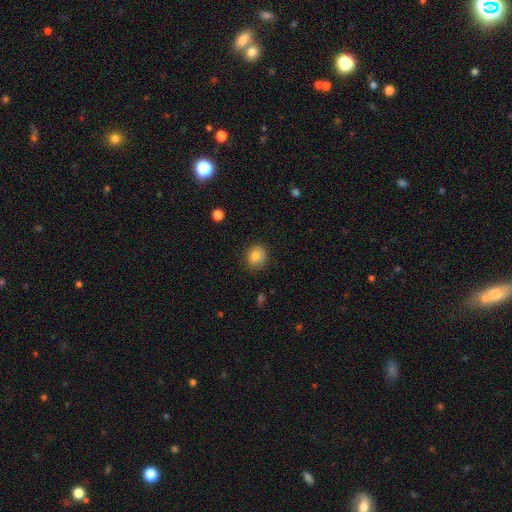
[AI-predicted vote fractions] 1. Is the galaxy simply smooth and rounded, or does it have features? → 84% smooth, 9% star or artifact, 7% featured or disk.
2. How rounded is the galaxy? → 81% round, 19% in between, 1% cigar-shaped.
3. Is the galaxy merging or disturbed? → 83% none, 13% minor disturbance, 3% major disturbance, 1% merger.